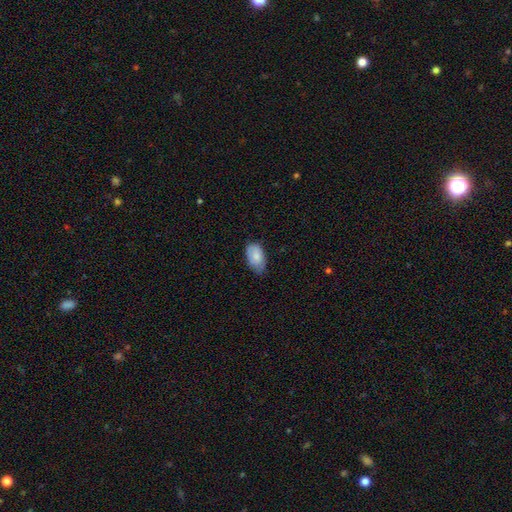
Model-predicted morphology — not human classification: smooth 82%, featured or disk 12%, star or artifact 6%. Down the decision tree: how rounded — in between (94%); merging — none (62%).